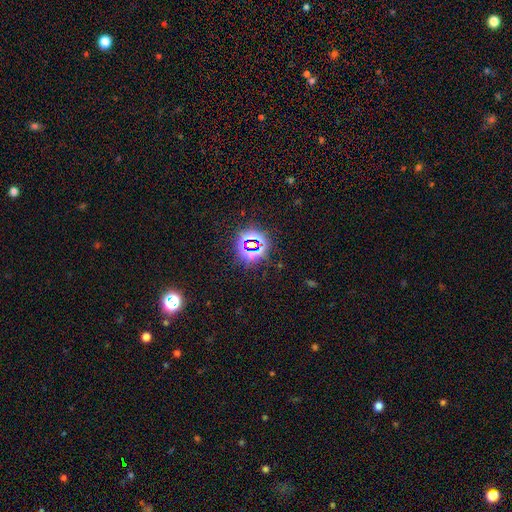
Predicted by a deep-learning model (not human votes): Overall: star or artifact (78%).